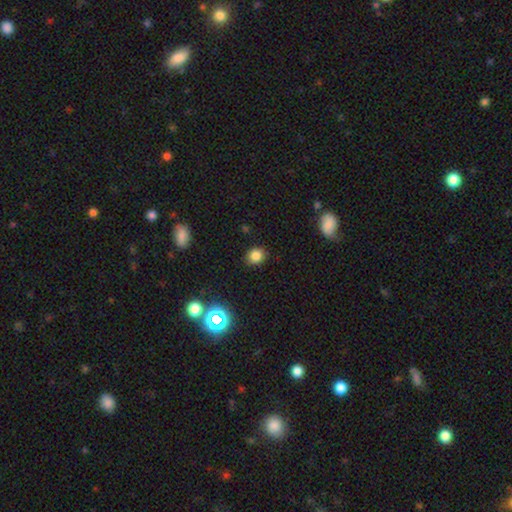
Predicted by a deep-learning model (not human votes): This appears to be a smooth galaxy with no disk features (80%) that is round (66%). Merging: none (85%).